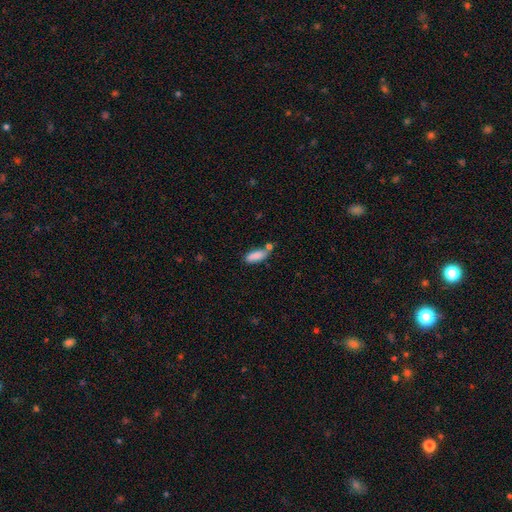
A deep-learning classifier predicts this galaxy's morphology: Overall: smooth (85%). How rounded: in between (74%). Merging: none (50%; merger 25%).